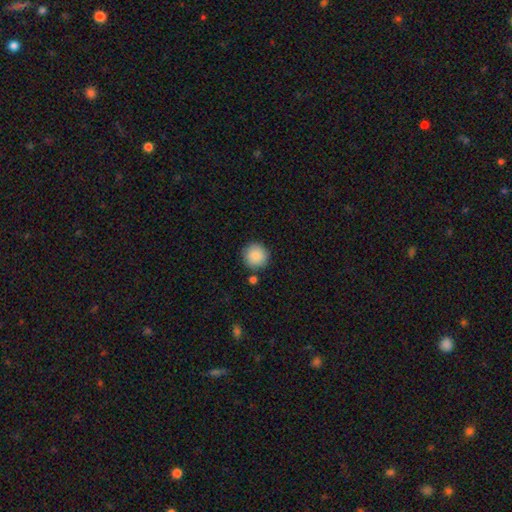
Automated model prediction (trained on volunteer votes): Overall: smooth (89%). How rounded: round (95%). Merging: none (87%).